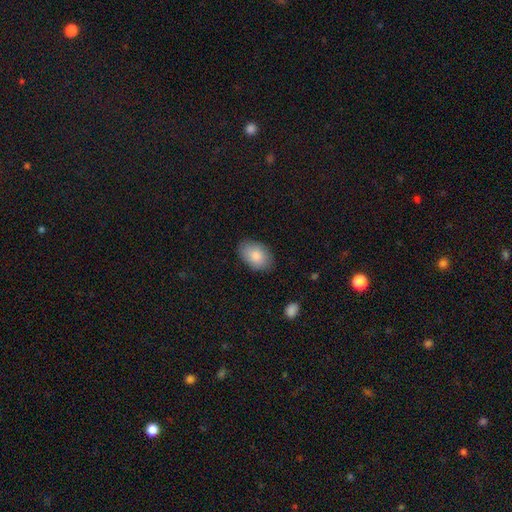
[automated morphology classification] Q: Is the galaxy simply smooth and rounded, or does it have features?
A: smooth — 84%.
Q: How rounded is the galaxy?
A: in between — 90%.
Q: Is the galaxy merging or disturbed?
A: none — 84%.